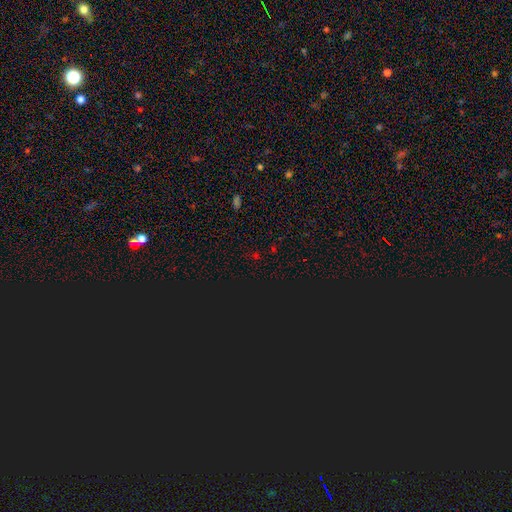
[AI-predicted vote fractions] Smooth or featured?
  - star or artifact: 68% *
  - smooth: 25%
  - featured or disk: 7%